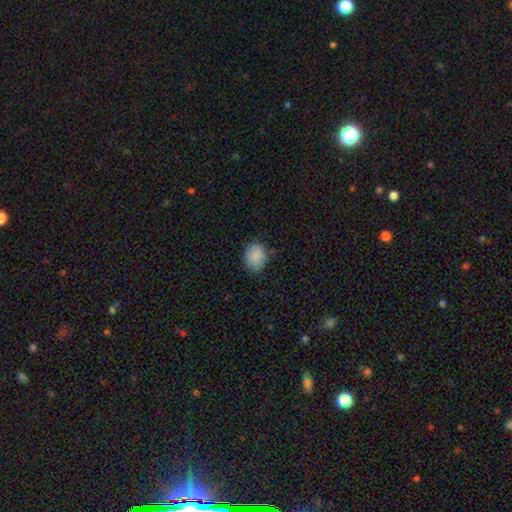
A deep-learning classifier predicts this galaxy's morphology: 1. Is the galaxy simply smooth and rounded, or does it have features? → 87% smooth, 9% star or artifact, 4% featured or disk.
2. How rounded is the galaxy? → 63% round, 36% in between, 1% cigar-shaped.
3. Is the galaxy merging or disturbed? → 77% none, 18% minor disturbance, 3% major disturbance, 1% merger.